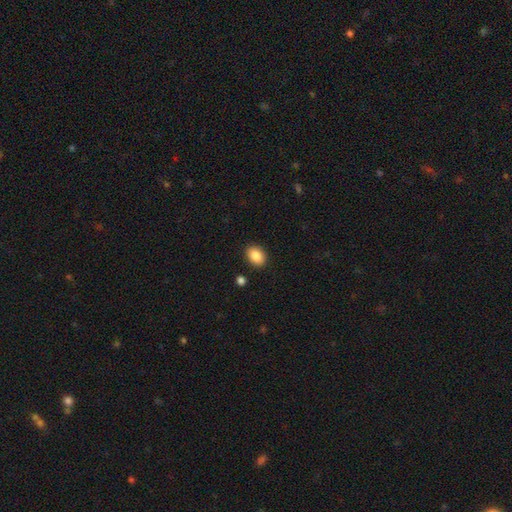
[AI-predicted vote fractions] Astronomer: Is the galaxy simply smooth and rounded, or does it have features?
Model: smooth — 88%.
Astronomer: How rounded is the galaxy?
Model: in between — 75%.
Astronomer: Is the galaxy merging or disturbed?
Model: none — 88%.